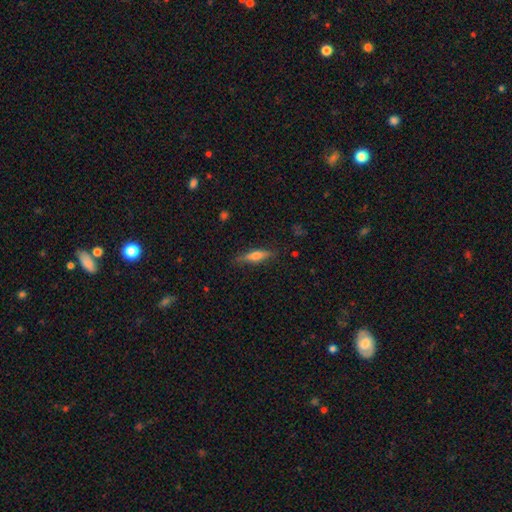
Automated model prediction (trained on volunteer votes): smooth 55%, featured or disk 38%, star or artifact 7%. Down the decision tree: how rounded — cigar-shaped (72%); merging — none (83%).